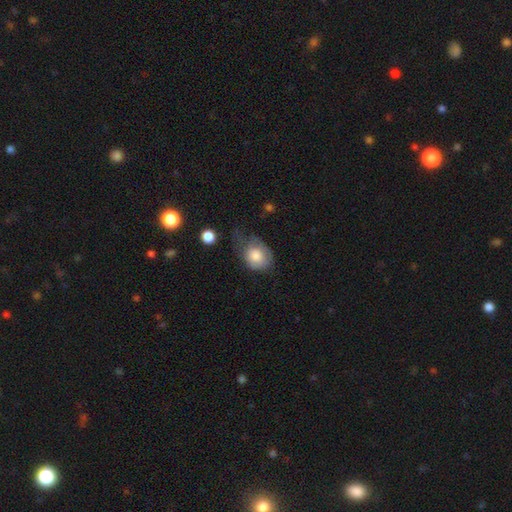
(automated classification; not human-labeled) A smooth galaxy with no disk features (76%) that is round (51%). Merging: minor disturbance (37%).